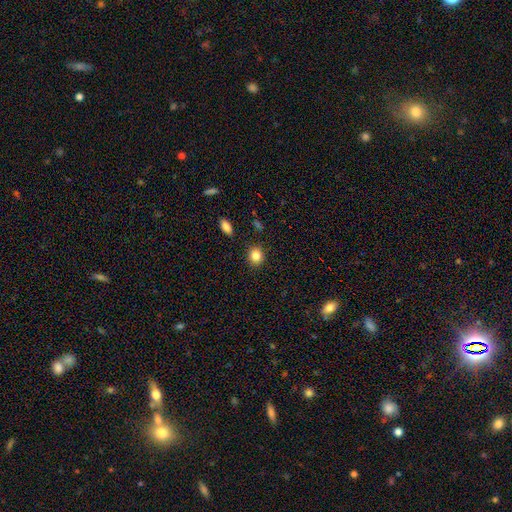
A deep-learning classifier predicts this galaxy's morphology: The model was most divided on "how rounded": round: 77%, in between: 22%, cigar-shaped: 1%. More confident: merging — none (89%); smooth or featured — smooth (85%).